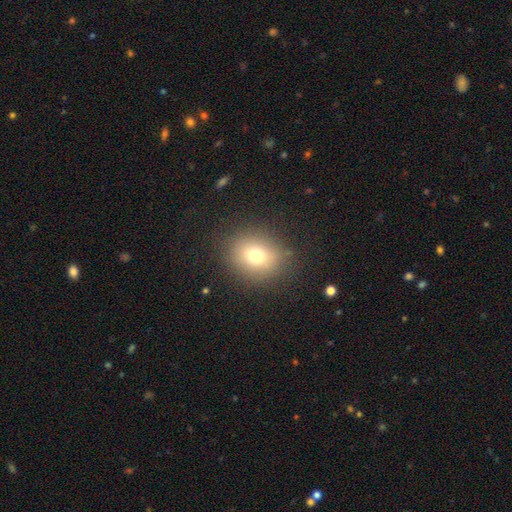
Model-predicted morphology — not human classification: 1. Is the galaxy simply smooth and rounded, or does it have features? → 73% smooth, 14% star or artifact, 13% featured or disk.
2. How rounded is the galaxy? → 58% round, 41% in between, 1% cigar-shaped.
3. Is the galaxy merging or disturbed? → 84% none, 11% minor disturbance, 5% major disturbance, 1% merger.